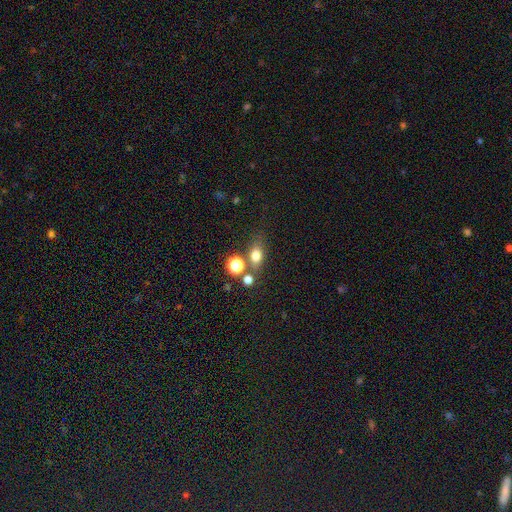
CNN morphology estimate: The model was most divided on "how rounded": in between: 57%, round: 39%, cigar-shaped: 5%. More confident: smooth or featured — smooth (72%); merging — none (64%).